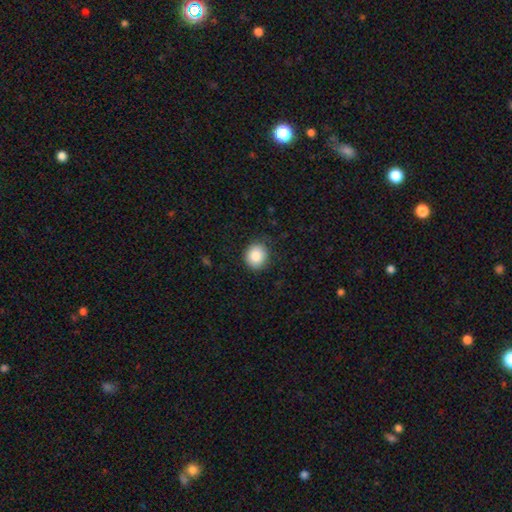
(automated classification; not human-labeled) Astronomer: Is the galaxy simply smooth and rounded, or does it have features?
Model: smooth — 86%.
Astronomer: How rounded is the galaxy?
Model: round — 79%.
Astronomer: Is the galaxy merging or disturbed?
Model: none — 83%.